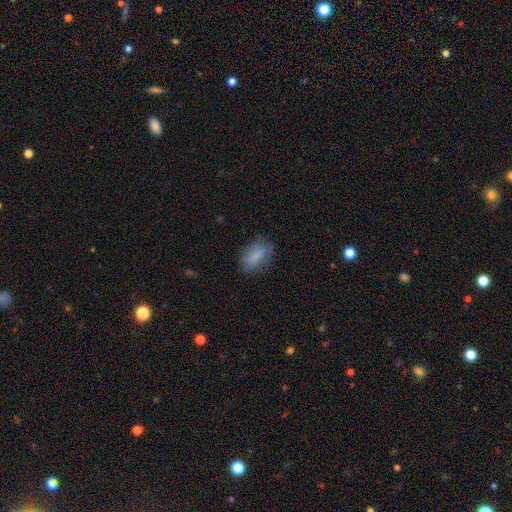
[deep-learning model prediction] Smooth or featured? Predicted: smooth (p=0.81). How rounded? Predicted: in between (p=0.87). Merging? Predicted: none (p=0.76).